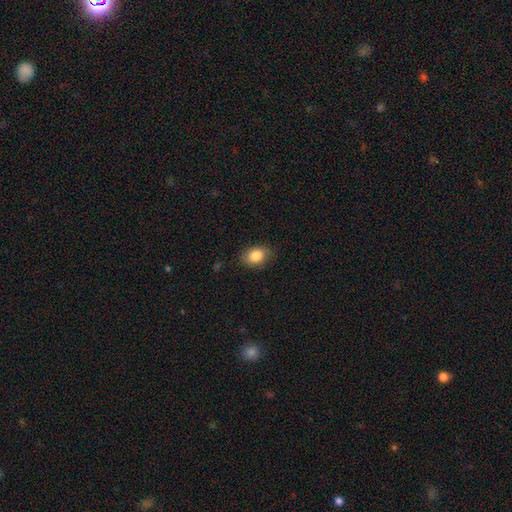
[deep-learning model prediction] Q: Smooth or featured?
A: smooth (85%); runner-up: star or artifact (8%)
Q: How rounded?
A: in between (76%); runner-up: round (23%)
Q: Merging?
A: none (83%); runner-up: minor disturbance (13%)